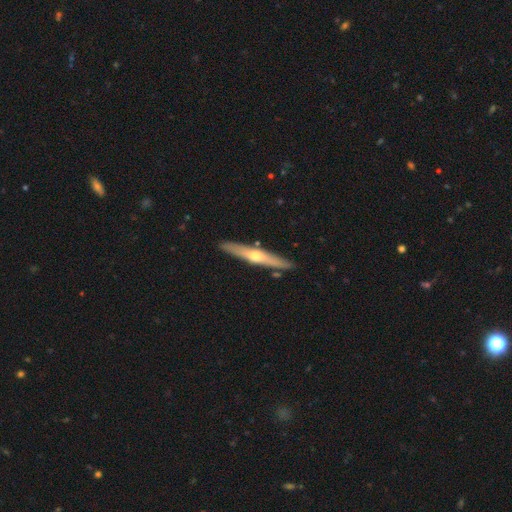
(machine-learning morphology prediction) Smooth or featured?
  - featured or disk: 58% *
  - smooth: 36%
  - star or artifact: 5%
Edge-on disk?
  - yes: 93% *
  - no: 7%
Edge-on bulge?
  - rounded: 88% *
  - none: 10%
  - boxy: 2%
Merging?
  - none: 87% *
  - minor disturbance: 9%
  - merger: 3%
  - major disturbance: 2%